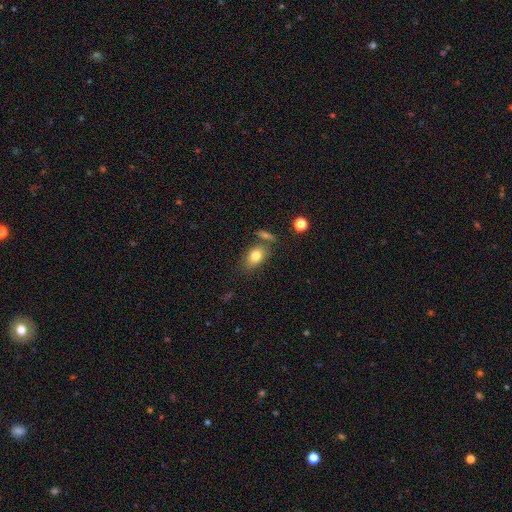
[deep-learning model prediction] Smooth or featured?
  - smooth: 79% *
  - featured or disk: 13%
  - star or artifact: 9%
How rounded?
  - in between: 81% *
  - round: 17%
  - cigar-shaped: 2%
Merging?
  - none: 67% *
  - minor disturbance: 15%
  - merger: 13%
  - major disturbance: 5%